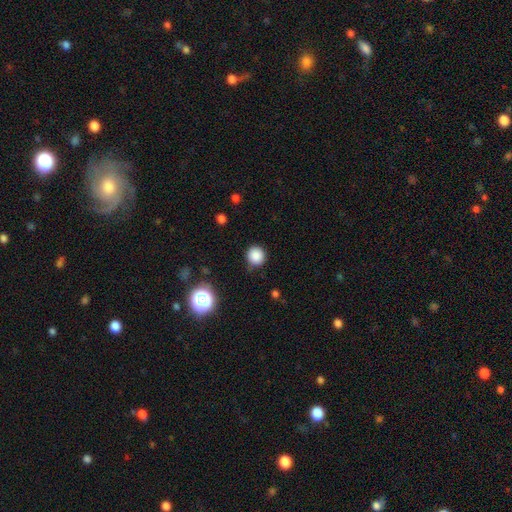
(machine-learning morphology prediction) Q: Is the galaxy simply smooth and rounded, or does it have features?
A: smooth — 85%.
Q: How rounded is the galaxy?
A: round — 94%.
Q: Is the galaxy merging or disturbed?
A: none — 85%.